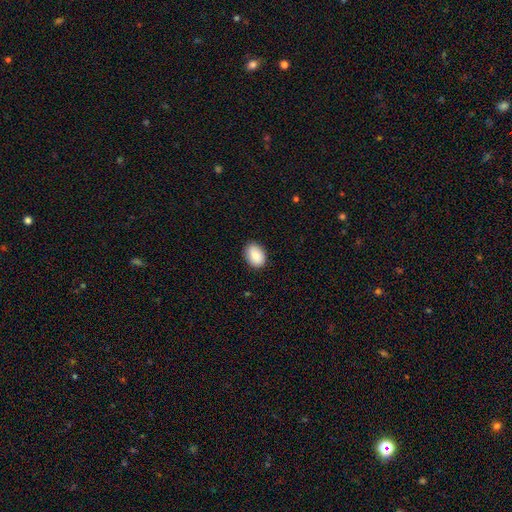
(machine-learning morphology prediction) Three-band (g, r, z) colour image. It shows a smooth galaxy with no disk features (84%) that is in between round and cigar-shaped (77%). Merging: none (87%).